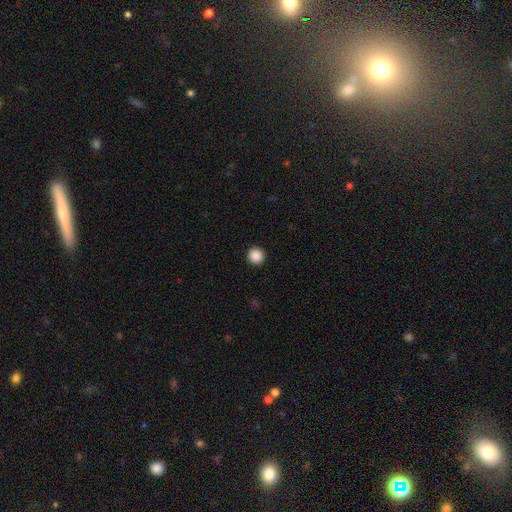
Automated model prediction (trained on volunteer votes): A smooth galaxy with no disk features (89%) that is round (94%).

Vote fractions:
- Smooth or featured? smooth: 89% / star or artifact: 9% / featured or disk: 2%
- How rounded? round: 94% / in between: 5% / cigar-shaped: 1%
- Merging? none: 93% / minor disturbance: 4% / major disturbance: 2% / merger: 1%